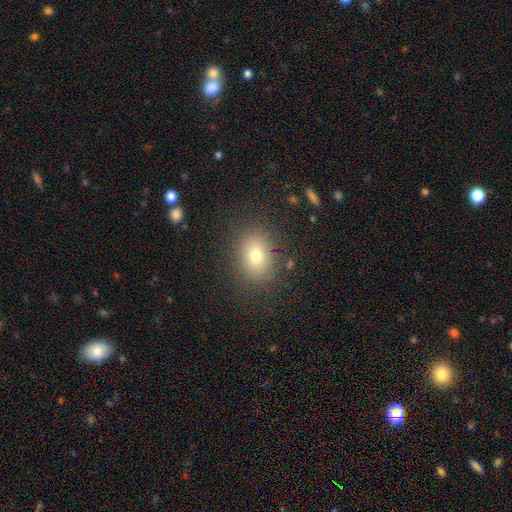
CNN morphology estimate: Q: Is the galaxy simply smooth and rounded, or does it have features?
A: smooth — 75%.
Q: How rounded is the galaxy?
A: in between — 54%.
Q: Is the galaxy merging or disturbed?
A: none — 84%.